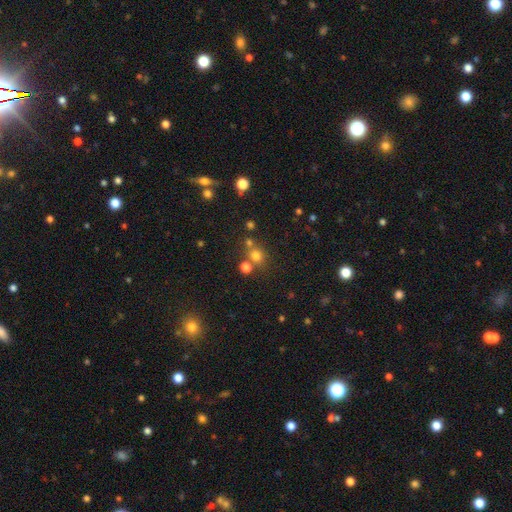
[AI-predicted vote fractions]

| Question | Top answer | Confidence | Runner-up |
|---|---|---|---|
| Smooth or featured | smooth | 71% | star or artifact (21%) |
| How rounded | round | 83% | in between (16%) |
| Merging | none | 65% | merger (22%) |